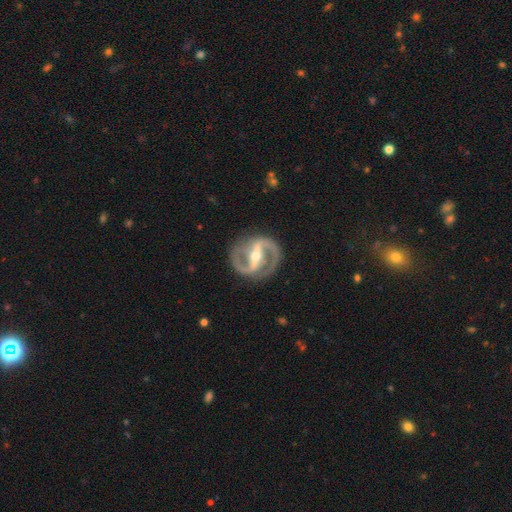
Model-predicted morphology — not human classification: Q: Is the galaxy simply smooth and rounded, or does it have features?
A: featured or disk — 92%.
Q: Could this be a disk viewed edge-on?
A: no — 96%.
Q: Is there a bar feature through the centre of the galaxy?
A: strong — 76%.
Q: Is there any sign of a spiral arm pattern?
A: yes — 96%.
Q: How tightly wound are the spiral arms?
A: medium — 54%.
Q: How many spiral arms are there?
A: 2 — 93%.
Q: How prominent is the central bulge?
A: moderate — 57%.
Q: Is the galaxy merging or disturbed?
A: none — 86%.